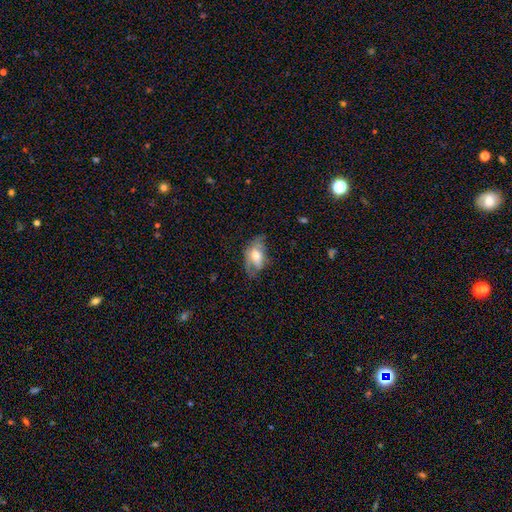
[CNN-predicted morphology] This appears to be a smooth galaxy with no disk features (57%) that is in between round and cigar-shaped (89%). Merging: none (46%).